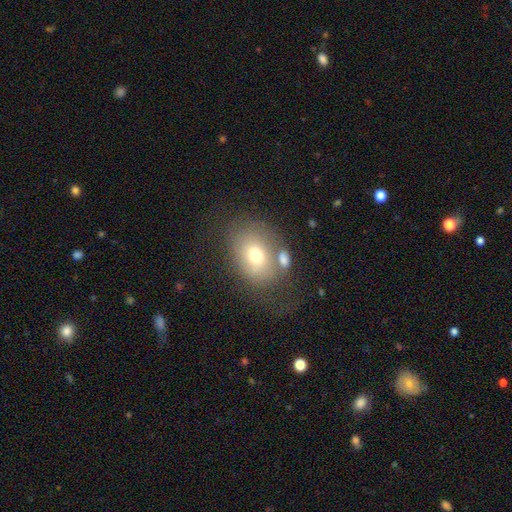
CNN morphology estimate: smooth 66%, featured or disk 23%, star or artifact 12%. Down the decision tree: how rounded — in between (58%); merging — none (47%).